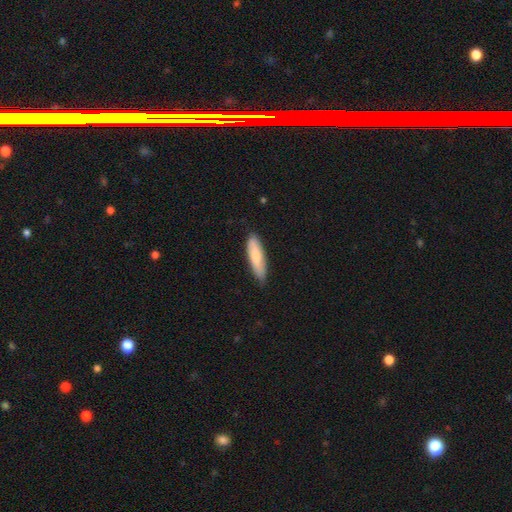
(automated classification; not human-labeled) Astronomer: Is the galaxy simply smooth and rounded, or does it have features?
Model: smooth — 75%.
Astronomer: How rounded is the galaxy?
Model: cigar-shaped — 57% (runner-up: in between, 42%).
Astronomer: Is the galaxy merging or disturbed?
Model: none — 79%.